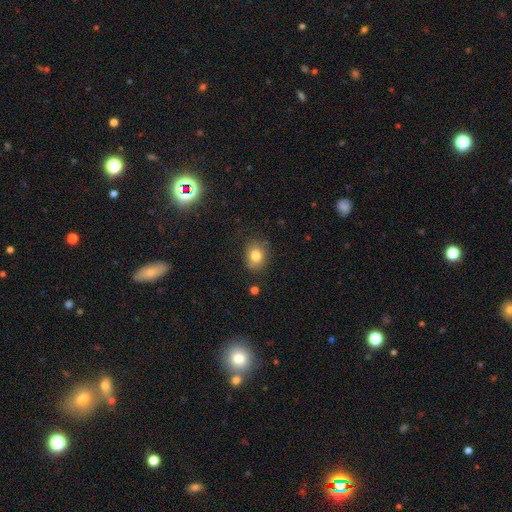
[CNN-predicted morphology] smooth 79%, star or artifact 11%, featured or disk 10%. Down the decision tree: how rounded — round (60%); merging — none (78%).